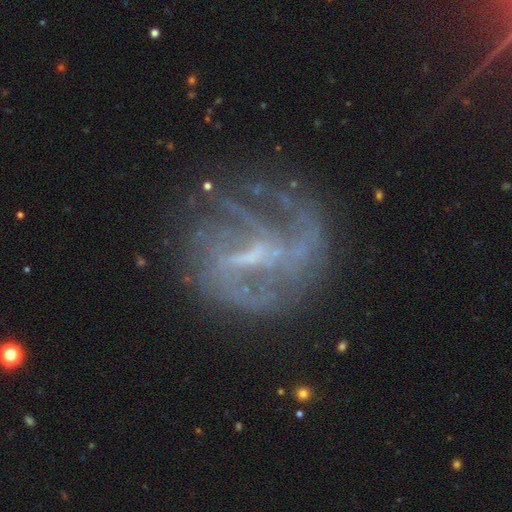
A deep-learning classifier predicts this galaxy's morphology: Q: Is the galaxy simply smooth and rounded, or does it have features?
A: featured or disk — 78%.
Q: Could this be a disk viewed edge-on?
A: no — 97%.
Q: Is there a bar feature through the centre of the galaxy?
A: weak — 45%.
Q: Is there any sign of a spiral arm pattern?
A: yes — 78%.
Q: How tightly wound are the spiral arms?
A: medium — 38%.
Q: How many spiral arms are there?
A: can't tell — 41%.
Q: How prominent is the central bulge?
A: small — 47%.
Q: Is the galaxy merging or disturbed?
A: none — 59%.